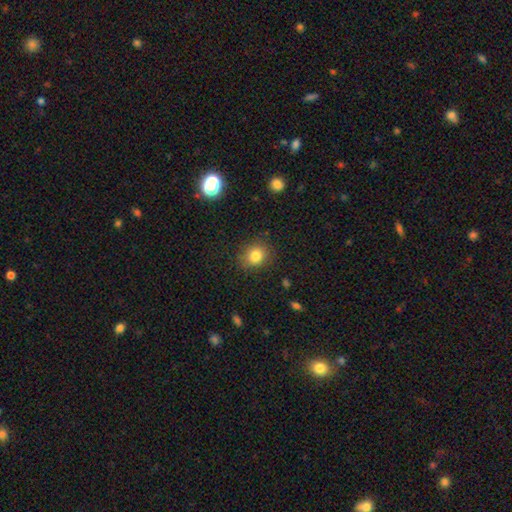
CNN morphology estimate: smooth 82%, star or artifact 12%, featured or disk 7%. Down the decision tree: how rounded — round (72%); merging — none (84%).